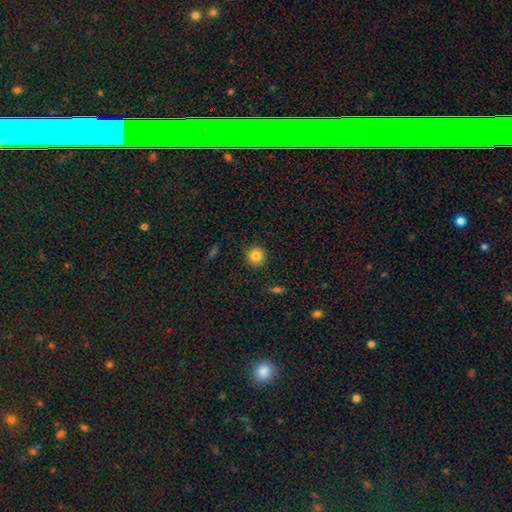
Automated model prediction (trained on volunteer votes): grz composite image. It shows a smooth galaxy with no disk features (83%) that is round (93%). Merging: none (91%).